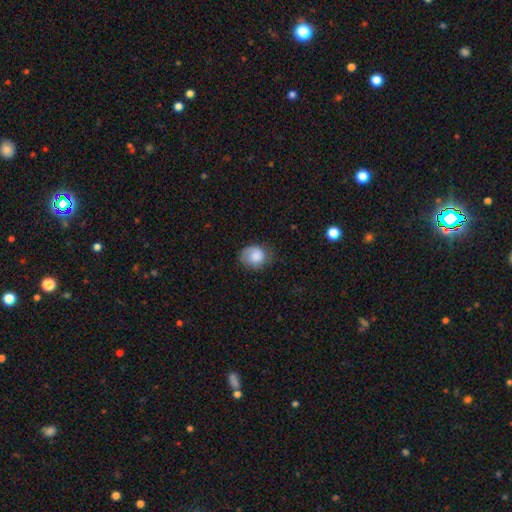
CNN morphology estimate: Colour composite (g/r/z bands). It shows a smooth galaxy with no disk features (76%) that is round (60%). Merging: none (59%).